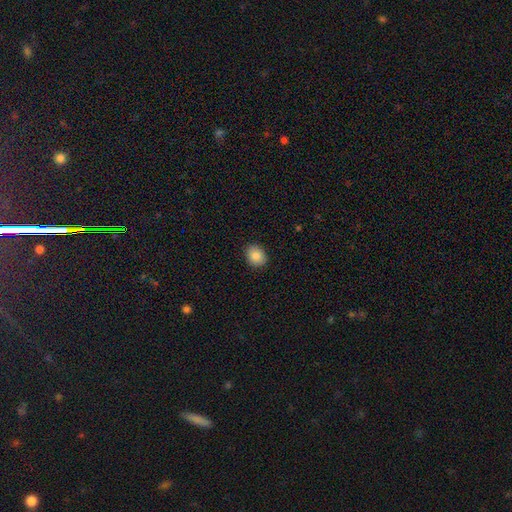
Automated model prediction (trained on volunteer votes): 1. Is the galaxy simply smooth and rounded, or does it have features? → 84% smooth, 9% star or artifact, 7% featured or disk.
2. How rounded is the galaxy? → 52% round, 47% in between, 1% cigar-shaped.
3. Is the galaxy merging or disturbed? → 90% none, 7% minor disturbance, 2% major disturbance, 1% merger.